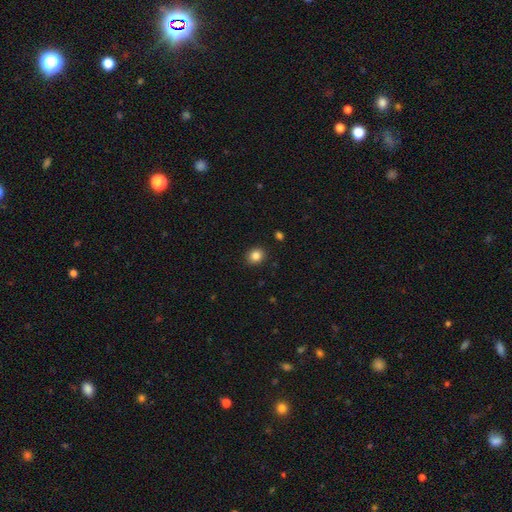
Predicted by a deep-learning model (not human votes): Smooth or featured? Predicted: smooth (p=0.85). How rounded? Predicted: round (p=0.69). Merging? Predicted: none (p=0.90).